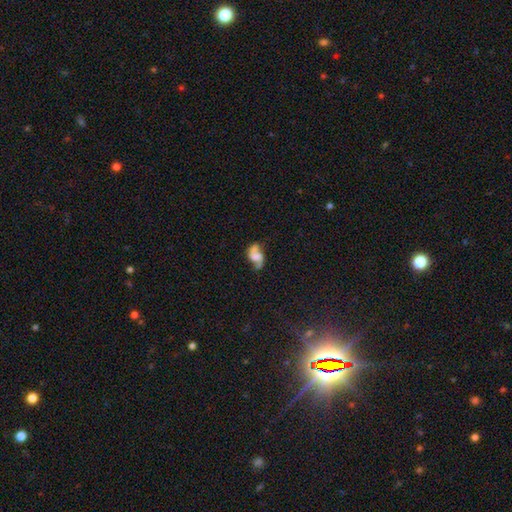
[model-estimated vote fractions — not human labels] Smooth or featured?
  - featured or disk: 68% *
  - smooth: 22%
  - star or artifact: 9%
Edge-on disk?
  - no: 97% *
  - yes: 3%
Bar?
  - no: 53% *
  - weak: 35%
  - strong: 12%
Spiral arms?
  - yes: 88% *
  - no: 12%
Spiral winding?
  - loose: 62% *
  - medium: 30%
  - tight: 9%
Spiral arm count?
  - 2: 89% *
  - 1: 4%
  - can't tell: 4%
  - 3: 1%
  - 4: 1%
  - more than 4: 1%
Bulge size?
  - none: 39% *
  - moderate: 21%
  - small: 20%
  - large: 17%
  - dominant: 4%
Merging?
  - none: 55% *
  - minor disturbance: 22%
  - major disturbance: 14%
  - merger: 9%